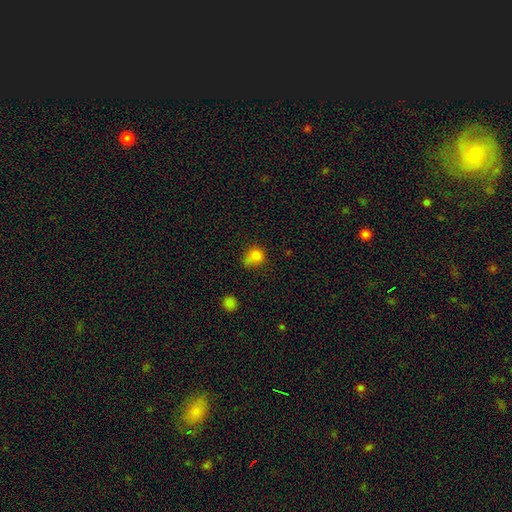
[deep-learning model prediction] Morphology: type=smooth (80%); roundness=round (69%); merging=none (46%).